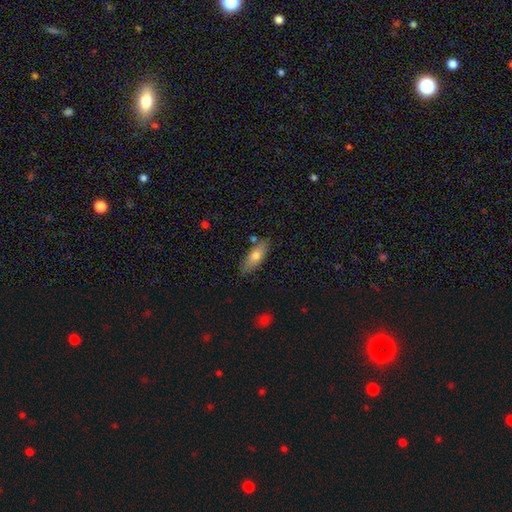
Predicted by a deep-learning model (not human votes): smooth 70%, featured or disk 23%, star or artifact 6%. Down the decision tree: how rounded — in between (71%); merging — none (77%).